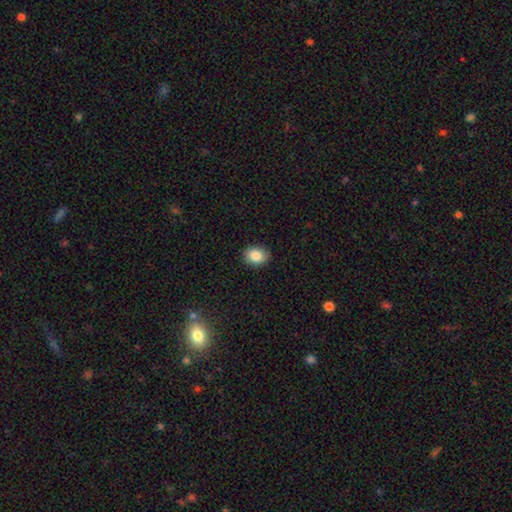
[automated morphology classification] A smooth galaxy with no disk features (85%) that is in between round and cigar-shaped (51%). Merging: none (88%).